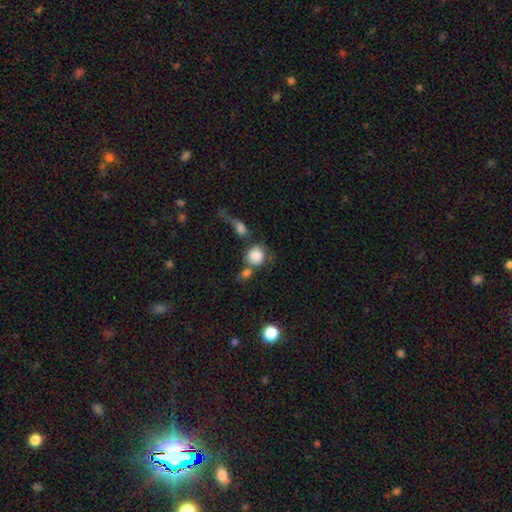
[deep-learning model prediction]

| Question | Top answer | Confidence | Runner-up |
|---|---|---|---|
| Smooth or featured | smooth | 81% | featured or disk (11%) |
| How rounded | round | 79% | in between (19%) |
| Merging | merger | 38% | none (35%) |